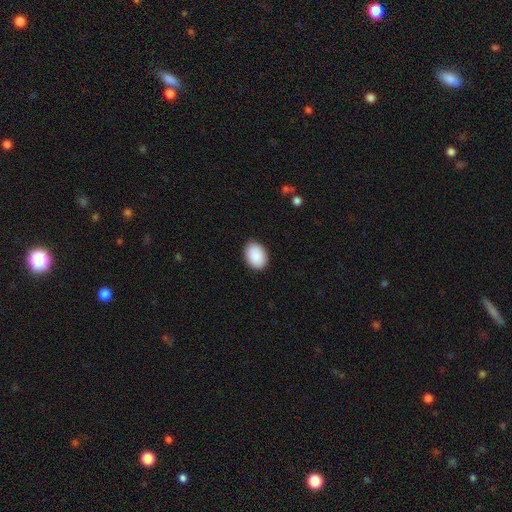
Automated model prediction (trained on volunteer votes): This appears to be a smooth galaxy with no disk features (91%) that is in between round and cigar-shaped (80%). Merging: none (89%).